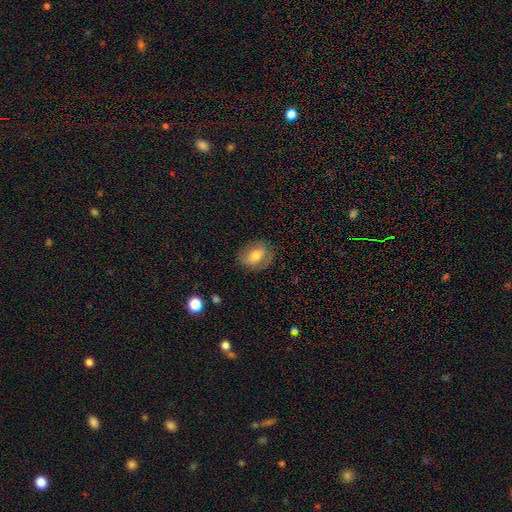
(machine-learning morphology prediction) A smooth galaxy with no disk features (67%) that is in between round and cigar-shaped (64%). Merging: none (80%).